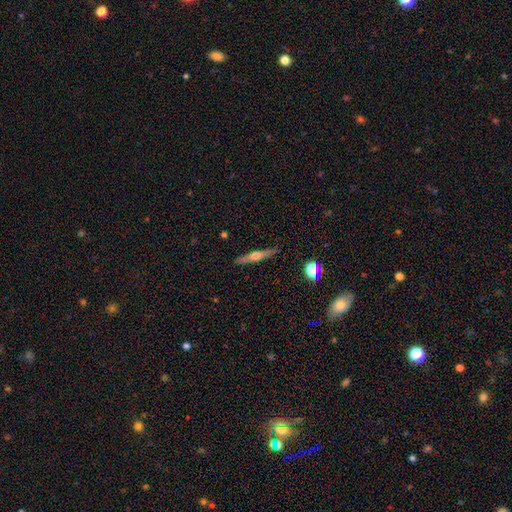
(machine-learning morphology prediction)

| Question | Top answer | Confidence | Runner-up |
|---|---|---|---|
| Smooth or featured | featured or disk | 60% | smooth (34%) |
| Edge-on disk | yes | 97% | no (3%) |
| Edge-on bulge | rounded | 87% | none (7%) |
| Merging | none | 89% | minor disturbance (8%) |